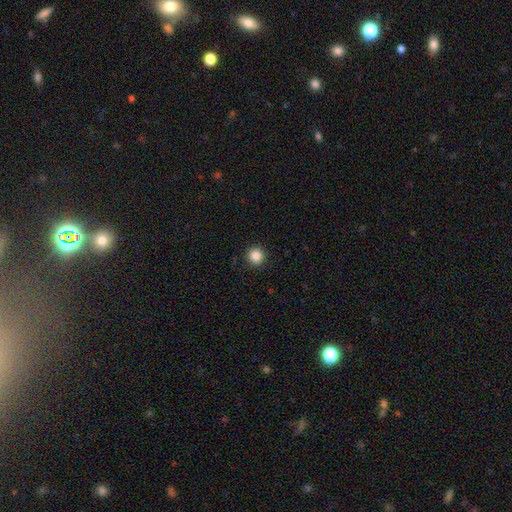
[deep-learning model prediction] Smooth or featured? smooth (86%)
How rounded? round (95%)
Merging? none (93%)